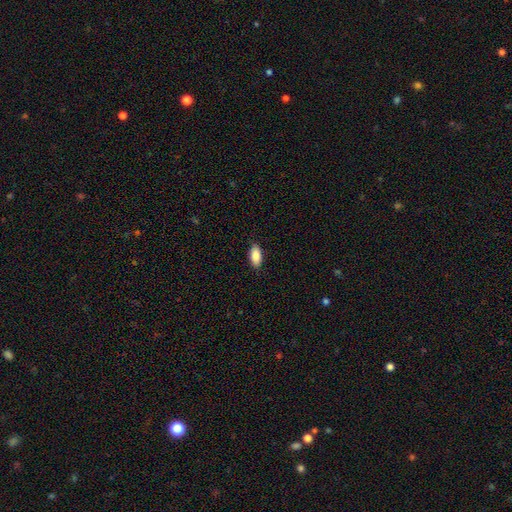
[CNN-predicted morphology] Smooth or featured? smooth (88%)
How rounded? in between (91%)
Merging? none (88%)